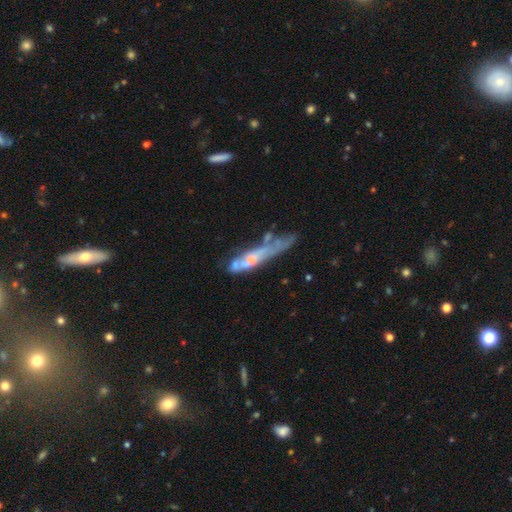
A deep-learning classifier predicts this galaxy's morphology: This is possibly a featured or disk galaxy (58%). It is likely viewed edge-on (65%). Merging: marginally none (39%).